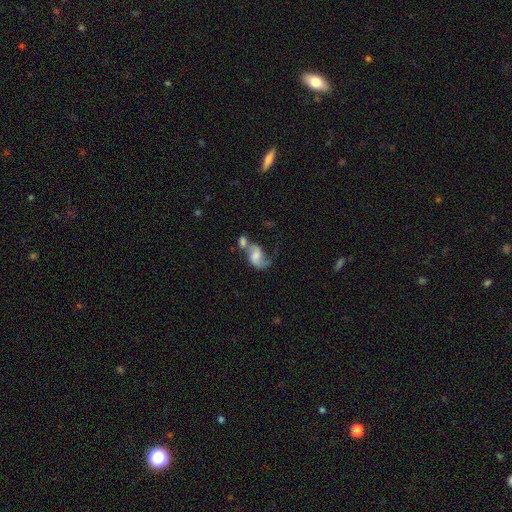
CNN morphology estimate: A featured or disk galaxy (63%) with no bar (55%), 2 (73%) loose (64%) spiral arms (86%) and a moderate central bulge (32%). Merging: merger (52%).